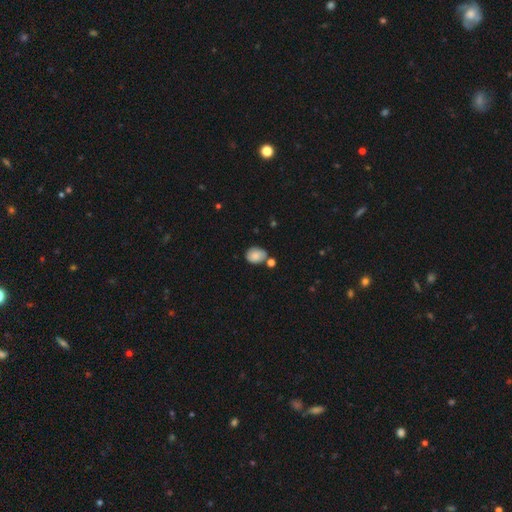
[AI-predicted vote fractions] Smooth or featured? smooth (80%)
How rounded? in between (62%)
Merging? none (58%)